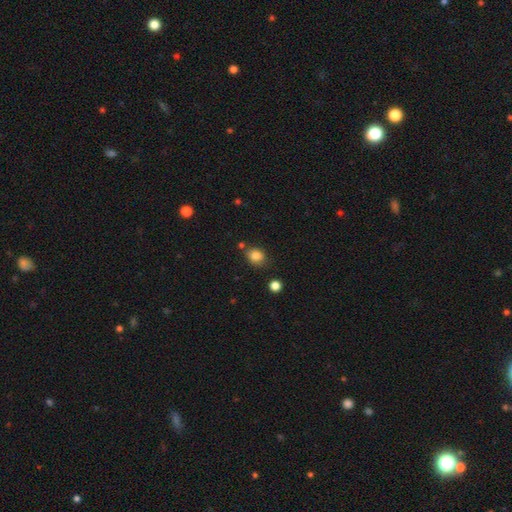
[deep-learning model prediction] This appears to be a smooth galaxy with no disk features (84%) that is round (58%). Merging: none (72%).